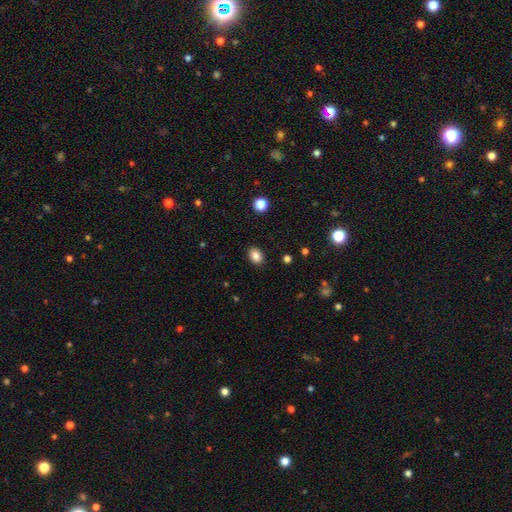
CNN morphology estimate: A smooth galaxy with no disk features (85%) that is in between round and cigar-shaped (65%).

Vote fractions:
- Smooth or featured? smooth: 85% / star or artifact: 10% / featured or disk: 5%
- How rounded? in between: 65% / round: 34% / cigar-shaped: 1%
- Merging? none: 89% / minor disturbance: 7% / major disturbance: 2% / merger: 1%